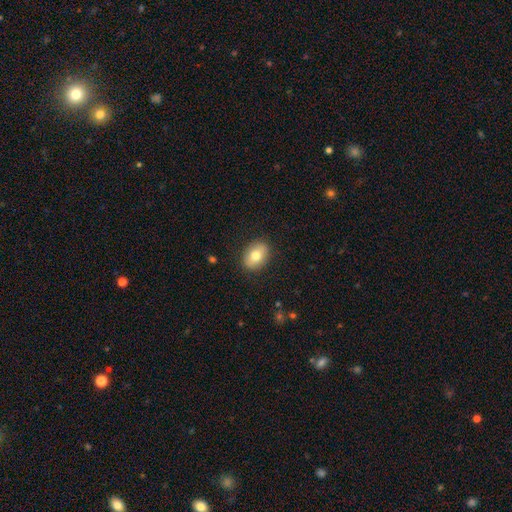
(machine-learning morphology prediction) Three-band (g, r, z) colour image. It shows a smooth galaxy with no disk features (73%) that is in between round and cigar-shaped (74%). Merging: none (87%).